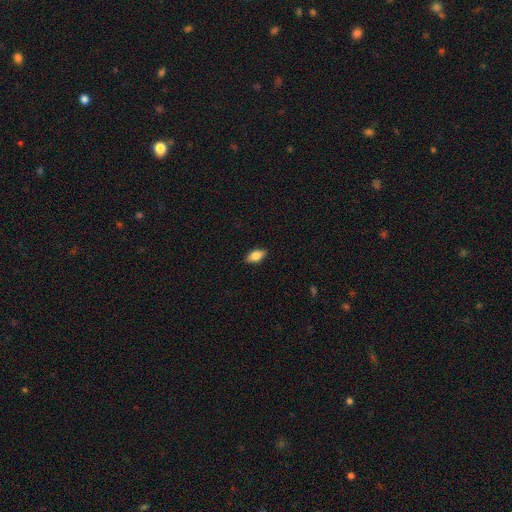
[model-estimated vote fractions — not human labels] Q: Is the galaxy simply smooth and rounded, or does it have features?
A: smooth — 74%.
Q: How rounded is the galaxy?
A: in between — 87%.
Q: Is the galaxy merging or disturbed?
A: none — 87%.